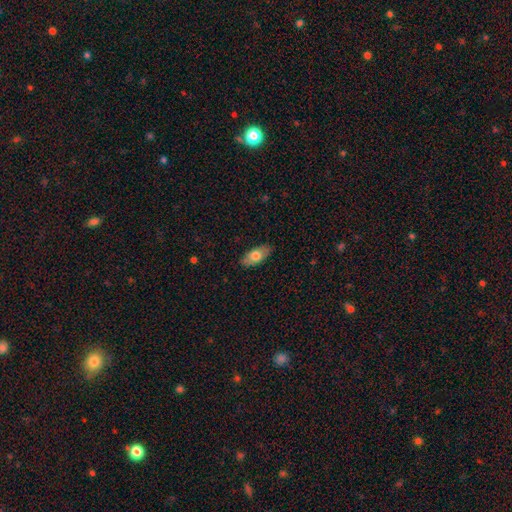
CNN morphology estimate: type=smooth (74%); roundness=in between (87%); merging=none (87%).